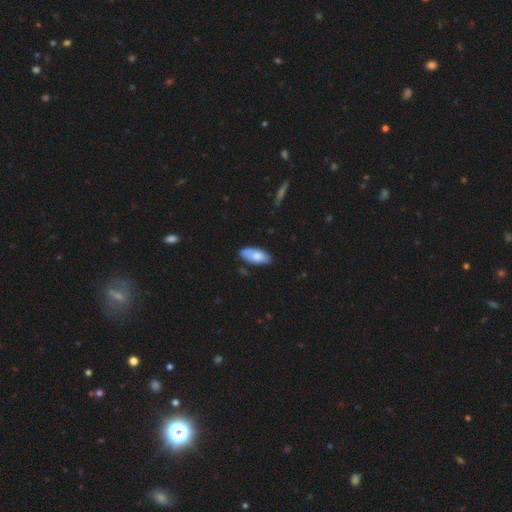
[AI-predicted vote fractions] smooth-or-featured: smooth: 75% | featured or disk: 19% | star or artifact: 6%
  how-rounded: in between: 88% | cigar-shaped: 10% | round: 2%
  merging: none: 74% | minor disturbance: 20% | major disturbance: 3% | merger: 2%